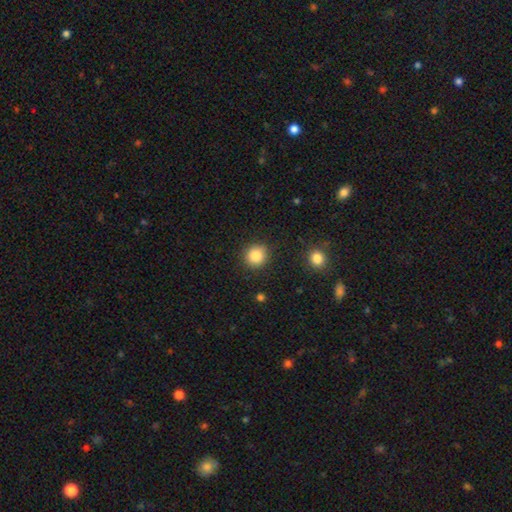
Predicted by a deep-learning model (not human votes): Q: Smooth or featured?
A: smooth (85%); runner-up: star or artifact (10%)
Q: How rounded?
A: round (89%); runner-up: in between (10%)
Q: Merging?
A: none (89%); runner-up: minor disturbance (7%)